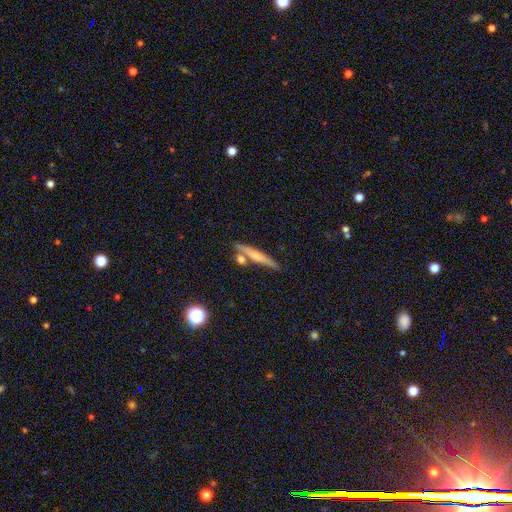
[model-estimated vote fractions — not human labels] smooth_or_featured: smooth (p=0.49) [alt: featured or disk p=0.43]
merging: none (p=0.71) [alt: merger p=0.15]